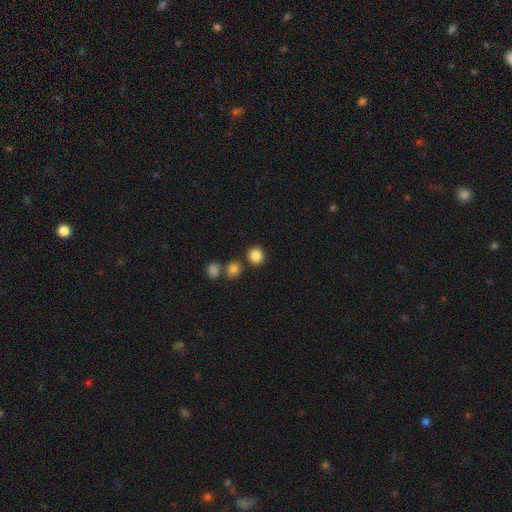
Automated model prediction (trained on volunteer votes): The model was most divided on "how rounded": round: 85%, in between: 14%, cigar-shaped: 1%. More confident: smooth or featured — smooth (86%); merging — none (80%).